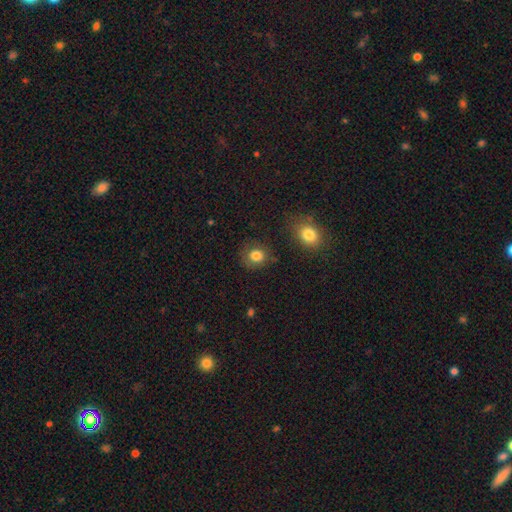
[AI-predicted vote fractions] smooth-or-featured: smooth: 82% | star or artifact: 11% | featured or disk: 7%
  how-rounded: round: 78% | in between: 21% | cigar-shaped: 1%
  merging: none: 78% | minor disturbance: 14% | major disturbance: 4% | merger: 3%